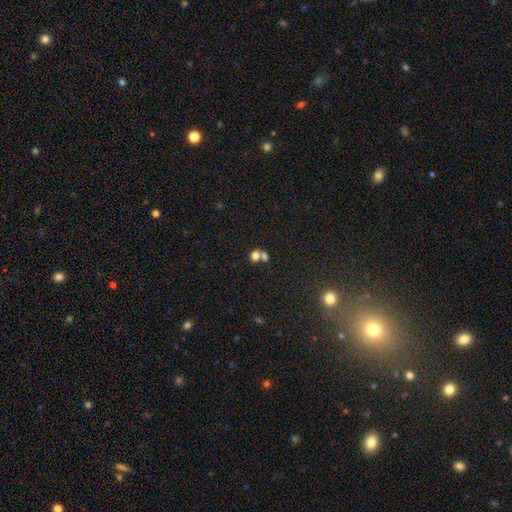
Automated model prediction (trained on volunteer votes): Smooth or featured?
  - smooth: 73% *
  - star or artifact: 16%
  - featured or disk: 11%
How rounded?
  - round: 72% *
  - in between: 27%
  - cigar-shaped: 1%
Merging?
  - merger: 49% *
  - none: 40%
  - minor disturbance: 7%
  - major disturbance: 4%